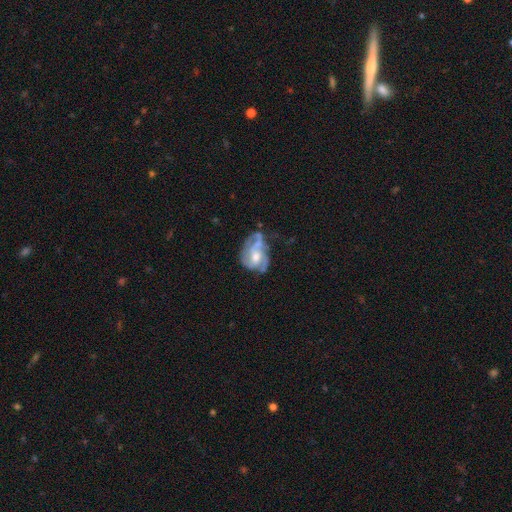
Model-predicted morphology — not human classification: Smooth or featured? featured or disk (77%)
Edge-on disk? no (98%)
Bar? no (61%)
Spiral arms? yes (84%)
Spiral winding? medium (45%)
Spiral arm count? 3 (36%)
Bulge size? moderate (62%)
Merging? none (38%)